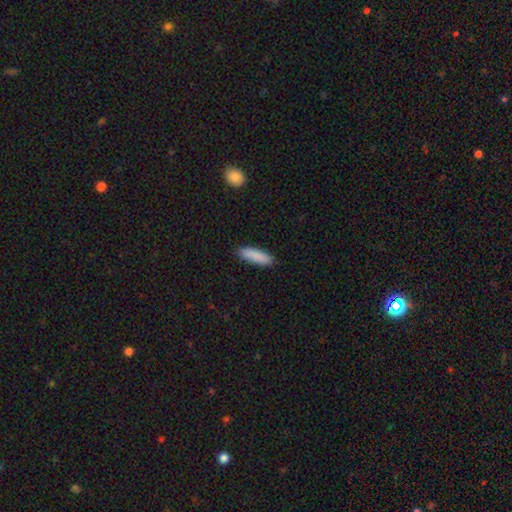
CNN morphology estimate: Q: Smooth or featured?
A: smooth (88%); runner-up: featured or disk (6%)
Q: How rounded?
A: cigar-shaped (60%); runner-up: in between (38%)
Q: Merging?
A: none (88%); runner-up: minor disturbance (9%)